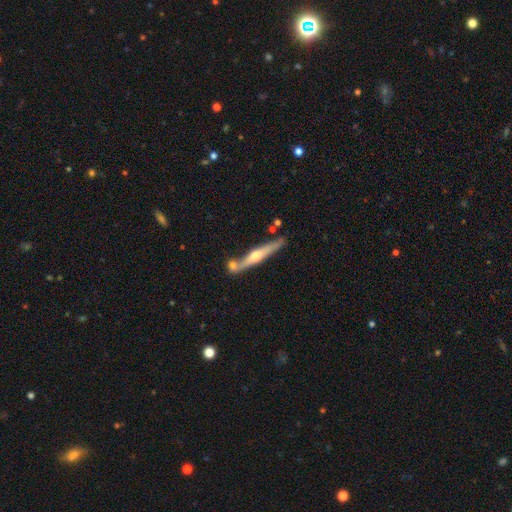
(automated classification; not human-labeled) smooth-or-featured: featured or disk: 71% | smooth: 23% | star or artifact: 6%
  disk-edge-on: yes: 96% | no: 4%
    edge-on-bulge: rounded: 88% | none: 6% | boxy: 6%
  merging: none: 69% | merger: 16% | minor disturbance: 12% | major disturbance: 3%